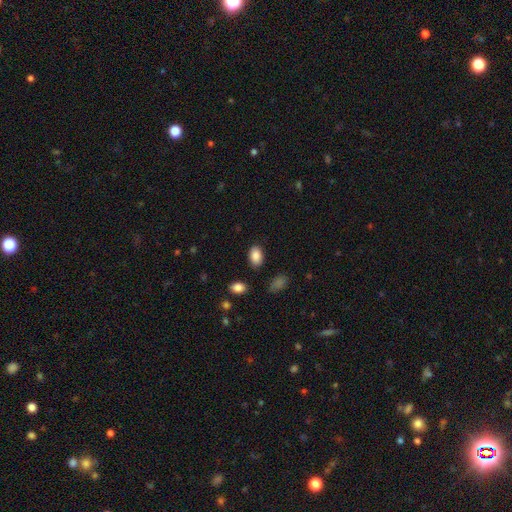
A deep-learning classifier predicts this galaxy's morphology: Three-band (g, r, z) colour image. It shows a smooth galaxy with no disk features (87%) that is in between round and cigar-shaped (87%). Merging: none (84%).